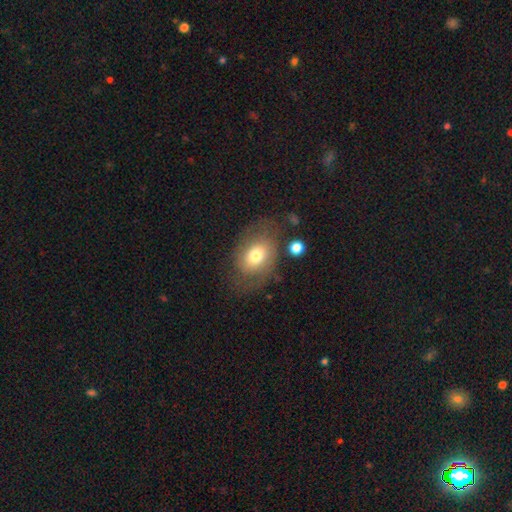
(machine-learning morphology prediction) A smooth galaxy with no disk features (59%) that is in between round and cigar-shaped (68%).

Vote fractions:
- Smooth or featured? smooth: 59% / featured or disk: 32% / star or artifact: 9%
- How rounded? in between: 68% / round: 30% / cigar-shaped: 1%
- Merging? none: 60% / minor disturbance: 21% / major disturbance: 15% / merger: 4%